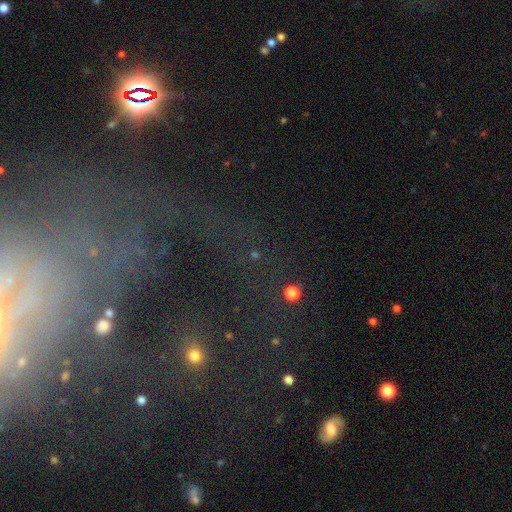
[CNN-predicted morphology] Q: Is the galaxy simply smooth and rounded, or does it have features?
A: star or artifact — 49%.